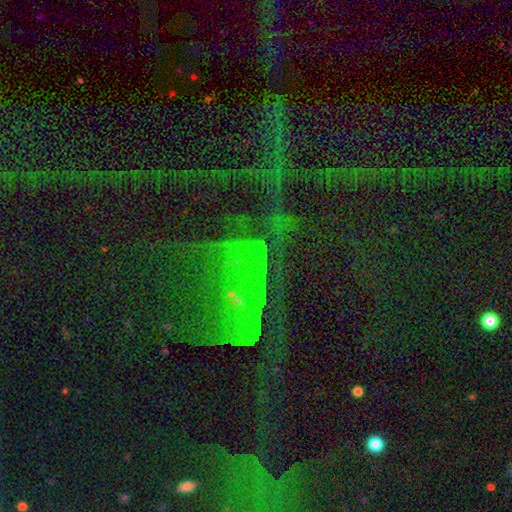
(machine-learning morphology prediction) This is clearly a star or artifact rather than a galaxy (80%).